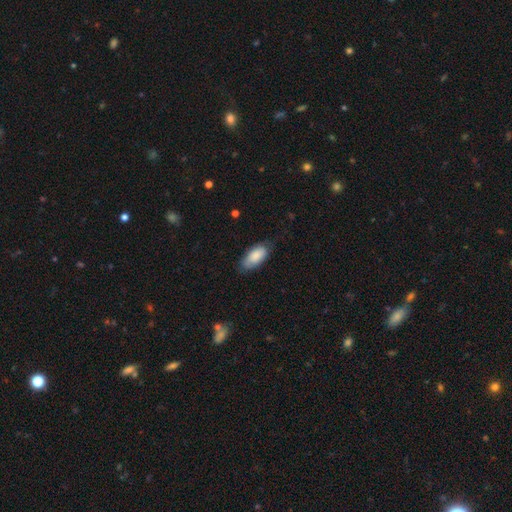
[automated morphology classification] Smooth or featured?
  - smooth: 83% *
  - featured or disk: 12%
  - star or artifact: 6%
How rounded?
  - in between: 92% *
  - cigar-shaped: 6%
  - round: 2%
Merging?
  - none: 70% *
  - minor disturbance: 23%
  - major disturbance: 5%
  - merger: 1%